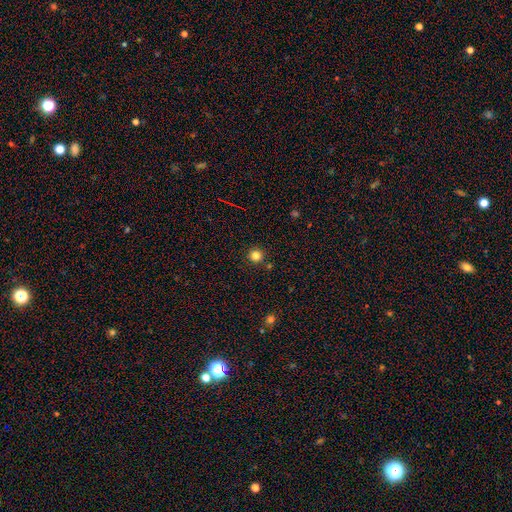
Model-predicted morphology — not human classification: A smooth galaxy with no disk features (81%) that is round (95%).

Vote fractions:
- Smooth or featured? smooth: 81% / star or artifact: 14% / featured or disk: 5%
- How rounded? round: 95% / in between: 4% / cigar-shaped: 1%
- Merging? none: 89% / minor disturbance: 6% / merger: 3% / major disturbance: 2%